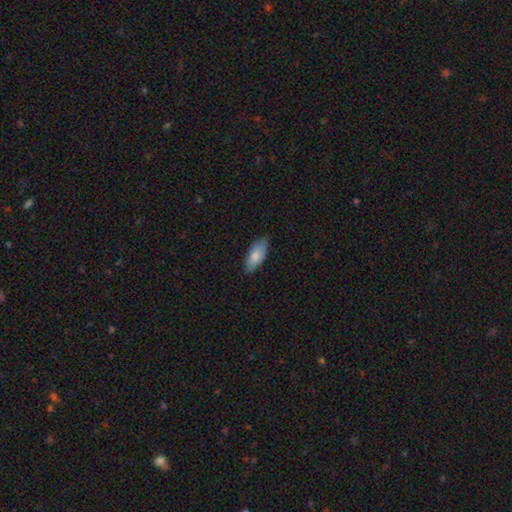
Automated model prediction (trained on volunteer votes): Smooth or featured: smooth — 81% (featured or disk — 13%)
How rounded: in between — 83% (cigar-shaped — 16%)
Merging: none — 81% (minor disturbance — 16%)